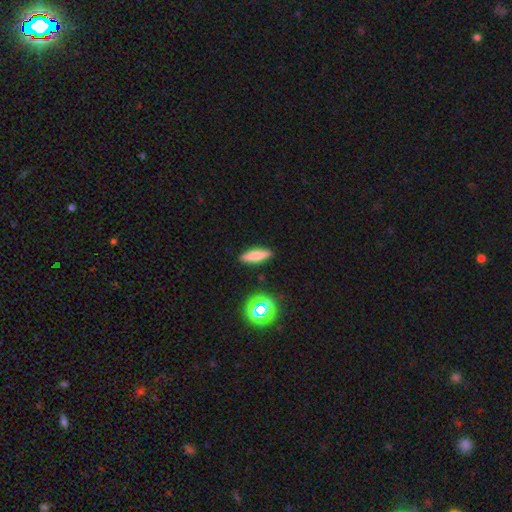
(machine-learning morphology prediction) A smooth galaxy with no disk features (67%) that is cigar-shaped (64%).

Vote fractions:
- Smooth or featured? smooth: 67% / featured or disk: 22% / star or artifact: 11%
- How rounded? cigar-shaped: 64% / in between: 33% / round: 4%
- Merging? none: 88% / minor disturbance: 8% / major disturbance: 2% / merger: 2%